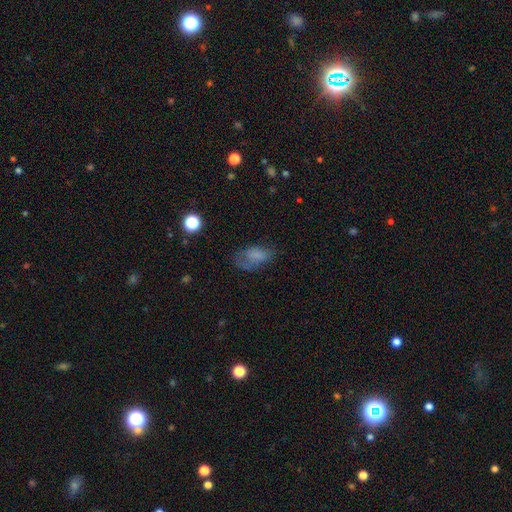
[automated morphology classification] This appears to be a smooth galaxy with no disk features (64%) that is in between round and cigar-shaped (89%). Merging: none (44%).